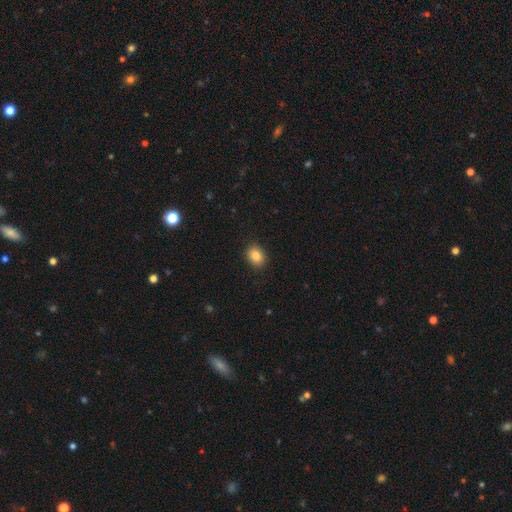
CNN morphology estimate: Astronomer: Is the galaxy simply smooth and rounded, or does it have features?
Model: smooth — 87%.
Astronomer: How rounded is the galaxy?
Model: in between — 58% (runner-up: round, 41%).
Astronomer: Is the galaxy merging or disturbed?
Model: none — 89%.